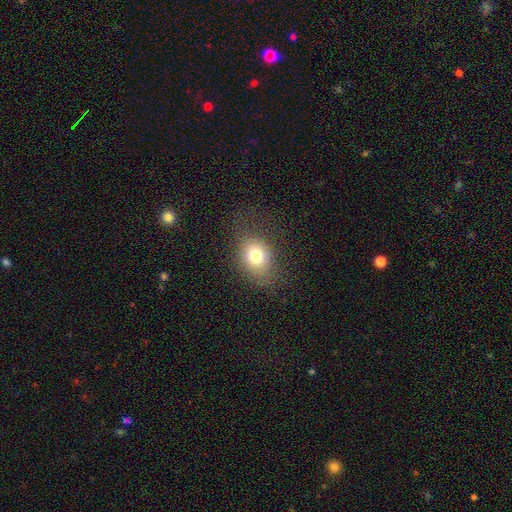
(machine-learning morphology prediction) smooth_or_featured: smooth (p=0.76) [alt: featured or disk p=0.12]
how_rounded: in between (p=0.58) [alt: round p=0.41]
merging: none (p=0.70) [alt: minor disturbance p=0.18]